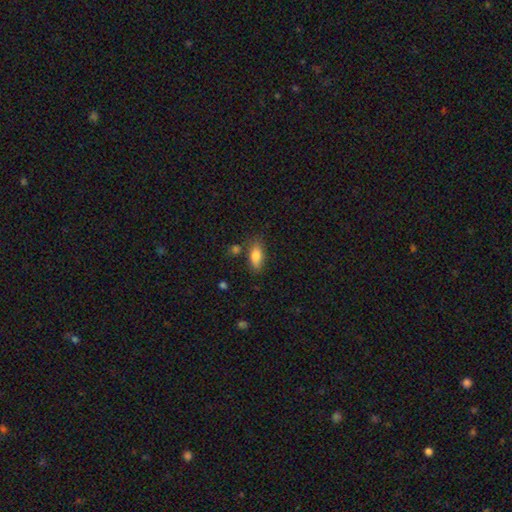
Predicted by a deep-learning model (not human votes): Q: Smooth or featured?
A: smooth (81%); runner-up: featured or disk (11%)
Q: How rounded?
A: in between (80%); runner-up: cigar-shaped (17%)
Q: Merging?
A: none (72%); runner-up: minor disturbance (18%)